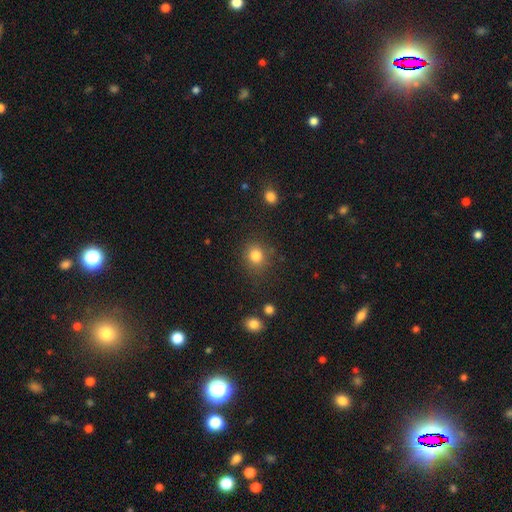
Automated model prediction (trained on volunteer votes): smooth_or_featured: smooth (p=0.82) [alt: star or artifact p=0.12]
how_rounded: round (p=0.80) [alt: in between p=0.19]
merging: none (p=0.81) [alt: minor disturbance p=0.11]